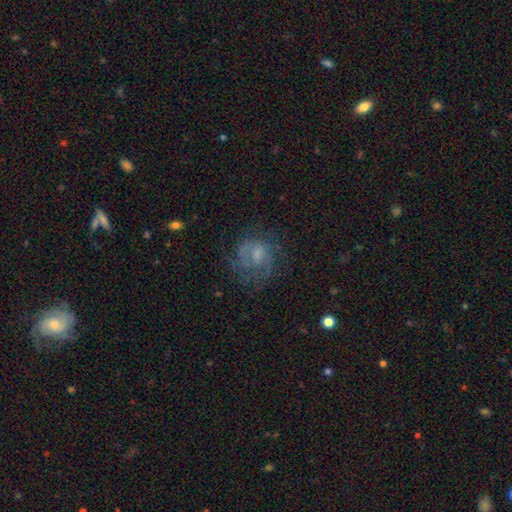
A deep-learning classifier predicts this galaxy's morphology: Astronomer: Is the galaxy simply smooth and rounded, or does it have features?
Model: featured or disk — 55% (runner-up: smooth, 32%).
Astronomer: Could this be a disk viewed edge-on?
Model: no — 97%.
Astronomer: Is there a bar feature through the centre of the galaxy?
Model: no — 56% (runner-up: weak, 38%).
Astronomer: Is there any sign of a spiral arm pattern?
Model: yes — 72%.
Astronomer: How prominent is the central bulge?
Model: small — 37% (runner-up: moderate, 33%).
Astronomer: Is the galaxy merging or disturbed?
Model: none — 60%.